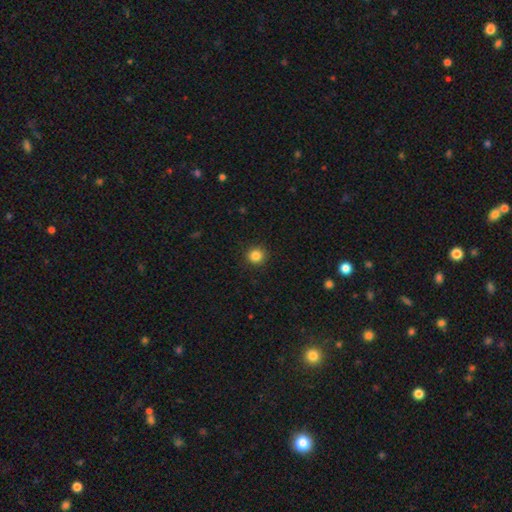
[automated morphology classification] This appears to be a smooth galaxy with no disk features (85%) that is round (92%). Merging: none (92%).